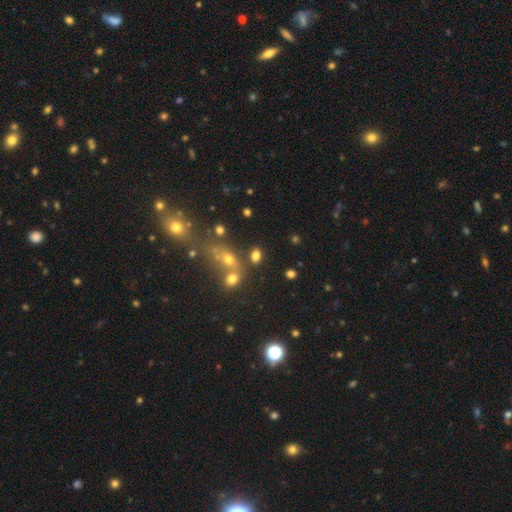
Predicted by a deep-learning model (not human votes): Q: Smooth or featured?
A: smooth (73%); runner-up: star or artifact (17%)
Q: How rounded?
A: in between (75%); runner-up: round (22%)
Q: Merging?
A: none (61%); runner-up: merger (22%)